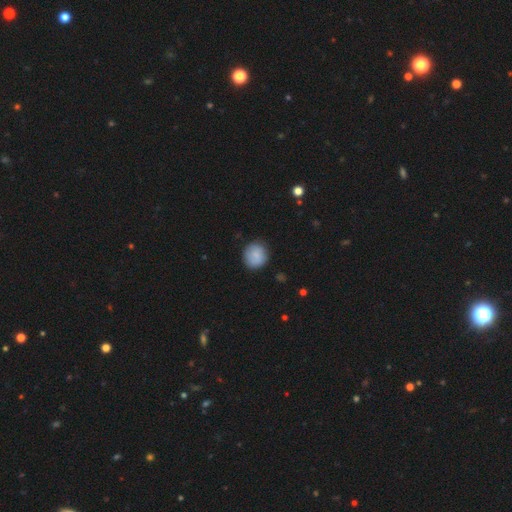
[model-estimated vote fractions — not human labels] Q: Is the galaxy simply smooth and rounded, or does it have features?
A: smooth — 86%.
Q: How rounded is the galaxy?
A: round — 89%.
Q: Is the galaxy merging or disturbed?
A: none — 85%.